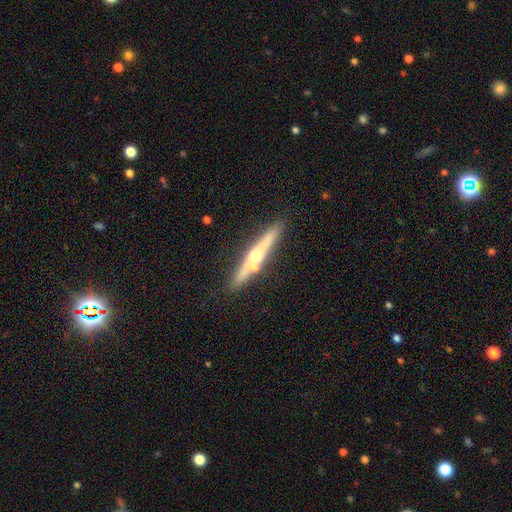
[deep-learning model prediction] Morphology: type=featured or disk (71%); edge-on=yes (96%); edge-on bulge=rounded (83%); merging=none (85%).